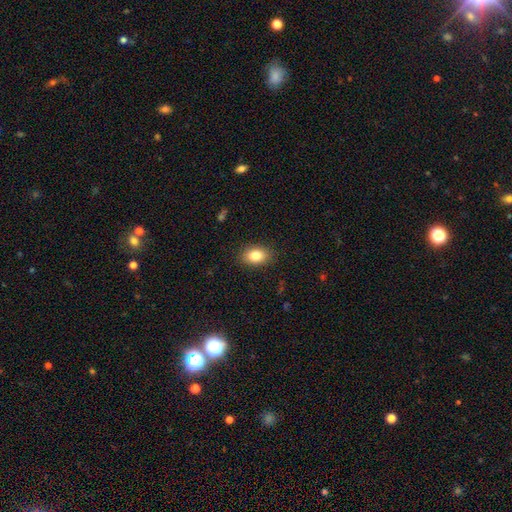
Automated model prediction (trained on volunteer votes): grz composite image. It shows a smooth galaxy with no disk features (83%) that is in between round and cigar-shaped (82%). Merging: none (88%).